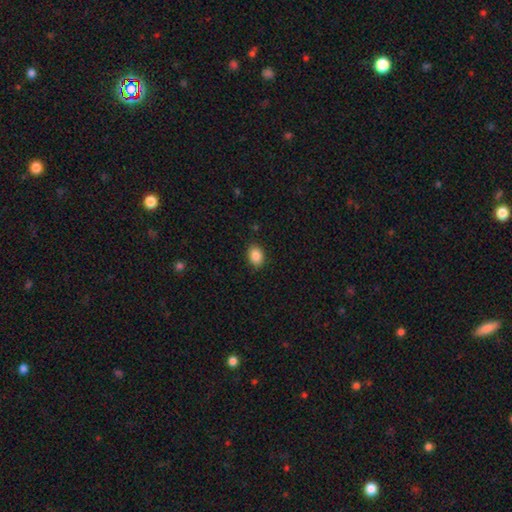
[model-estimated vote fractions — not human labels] Smooth or featured: smooth — 87% (star or artifact — 9%)
How rounded: in between — 76% (round — 23%)
Merging: none — 87% (minor disturbance — 10%)